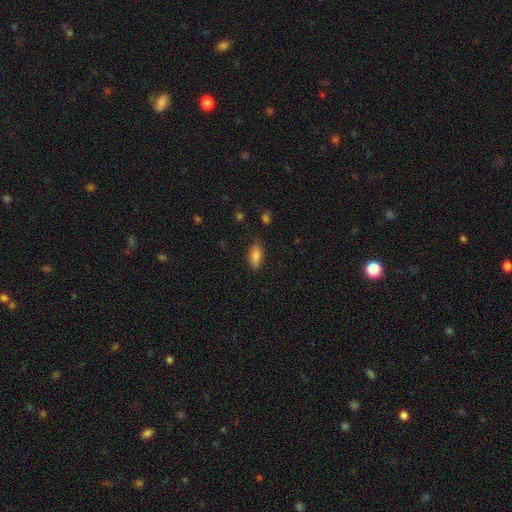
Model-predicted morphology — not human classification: smooth 86%, star or artifact 8%, featured or disk 7%. Down the decision tree: how rounded — in between (83%); merging — none (85%).